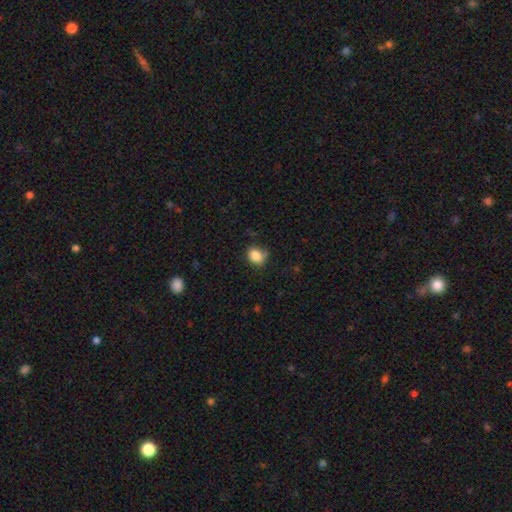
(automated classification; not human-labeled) A smooth galaxy with no disk features (84%) that is round (53%).

Vote fractions:
- Smooth or featured? smooth: 84% / star or artifact: 10% / featured or disk: 6%
- How rounded? round: 53% / in between: 46% / cigar-shaped: 1%
- Merging? none: 68% / minor disturbance: 24% / major disturbance: 5% / merger: 3%